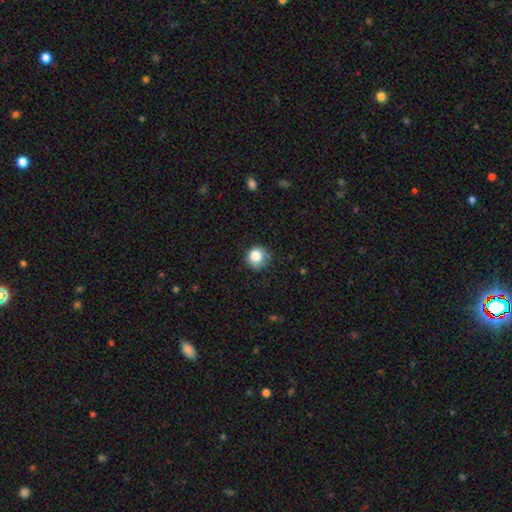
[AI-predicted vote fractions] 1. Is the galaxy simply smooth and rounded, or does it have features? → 84% smooth, 10% star or artifact, 6% featured or disk.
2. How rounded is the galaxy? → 89% round, 10% in between, 1% cigar-shaped.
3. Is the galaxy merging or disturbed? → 72% none, 22% minor disturbance, 5% major disturbance, 2% merger.